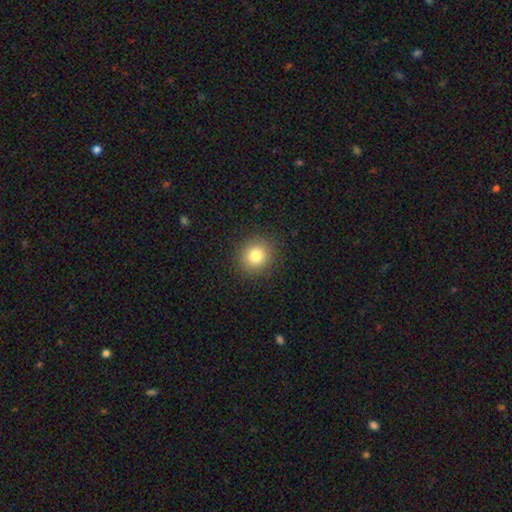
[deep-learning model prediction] Smooth or featured: smooth — 81% (star or artifact — 12%)
How rounded: round — 86% (in between — 13%)
Merging: none — 90% (minor disturbance — 7%)